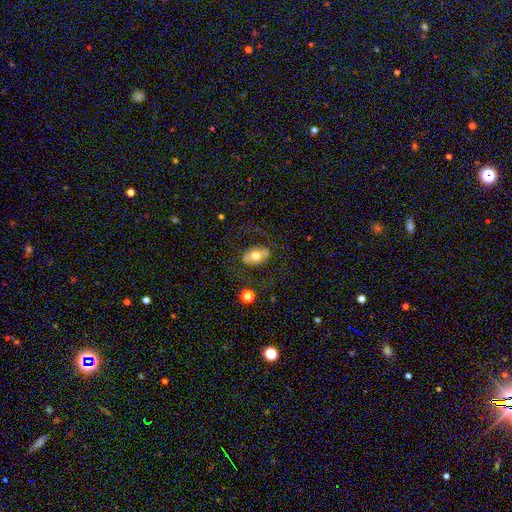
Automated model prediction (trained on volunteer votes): This is likely a smooth galaxy (62%). How rounded: clearly in between (87%). Merging: likely none (72%).